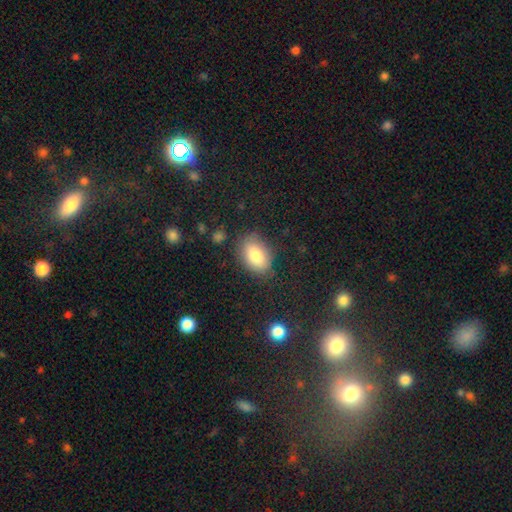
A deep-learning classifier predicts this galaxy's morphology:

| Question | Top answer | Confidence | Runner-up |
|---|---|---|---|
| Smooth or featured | smooth | 82% | featured or disk (10%) |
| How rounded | in between | 85% | round (14%) |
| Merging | none | 76% | minor disturbance (17%) |